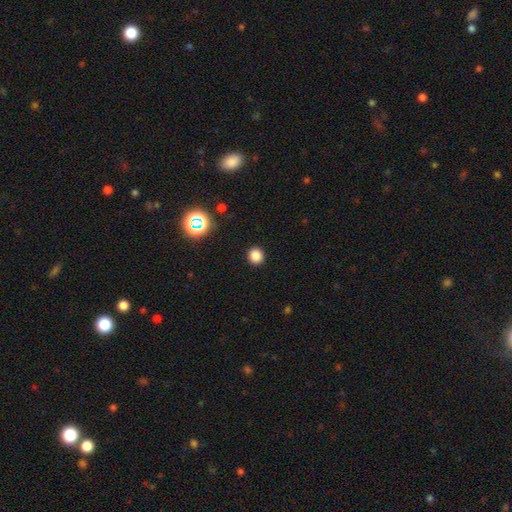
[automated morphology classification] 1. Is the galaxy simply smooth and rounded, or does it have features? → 83% smooth, 14% star or artifact, 3% featured or disk.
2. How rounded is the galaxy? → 86% round, 13% in between, 1% cigar-shaped.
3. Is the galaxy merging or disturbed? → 92% none, 5% minor disturbance, 2% major disturbance, 1% merger.